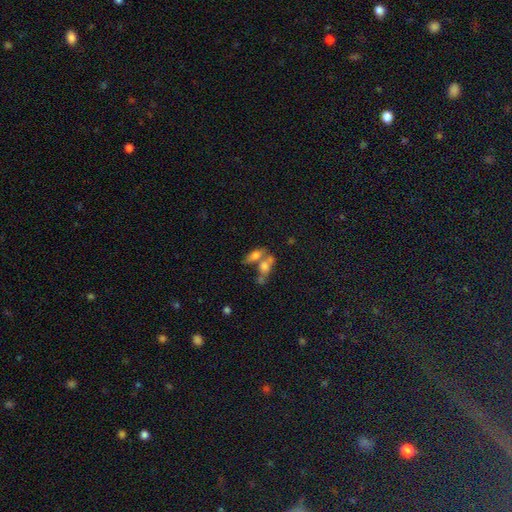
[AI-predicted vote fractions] Morphology: type=smooth (59%); roundness=in between (76%); merging=merger (54%).